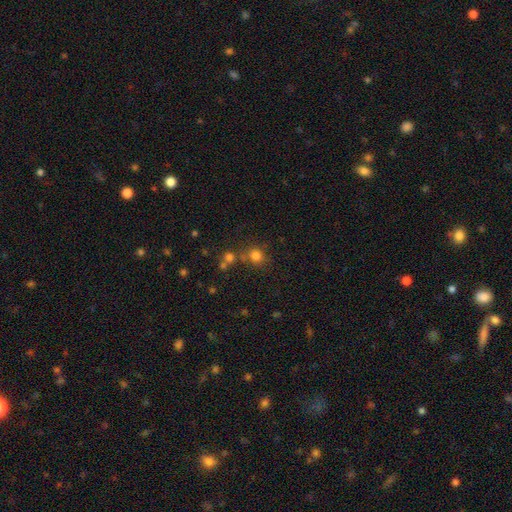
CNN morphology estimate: This is likely a smooth galaxy (77%). How rounded: clearly round (85%). Merging: likely none (68%).